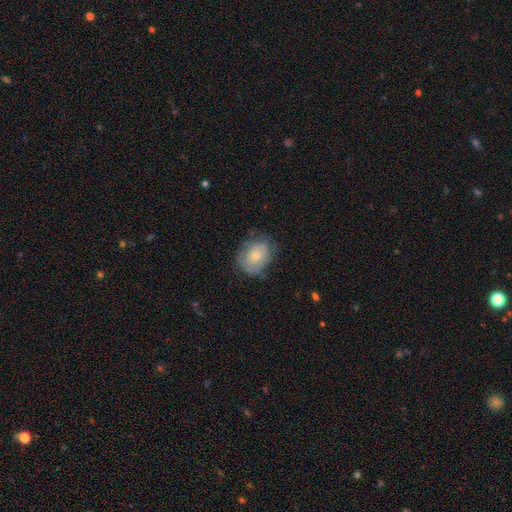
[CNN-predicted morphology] smooth-or-featured: smooth: 65% | featured or disk: 28% | star or artifact: 7%
  how-rounded: round: 50% | in between: 49% | cigar-shaped: 1%
  merging: none: 60% | minor disturbance: 28% | major disturbance: 11% | merger: 1%